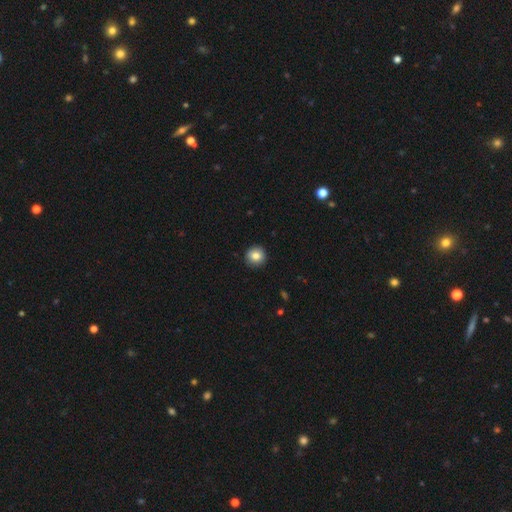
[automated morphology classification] type=smooth (84%); roundness=round (93%); merging=none (91%).